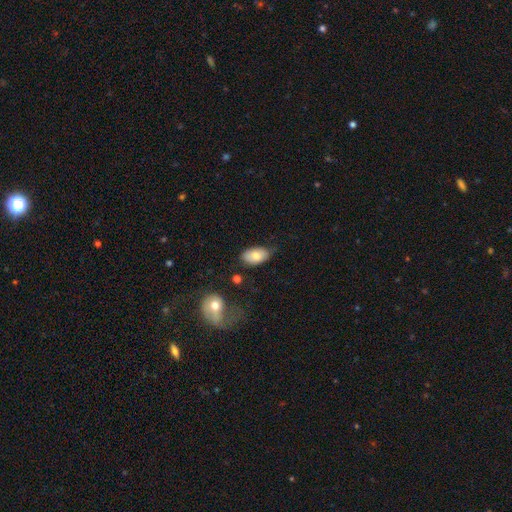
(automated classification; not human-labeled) The model was most divided on "merging": none: 71%, minor disturbance: 20%, major disturbance: 5%, merger: 4%. More confident: how rounded — in between (93%); smooth or featured — smooth (77%).